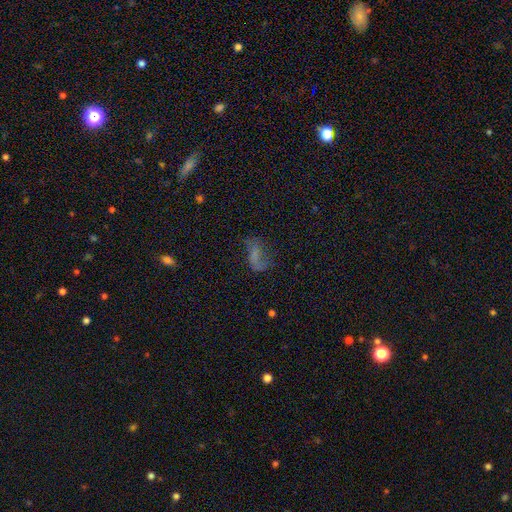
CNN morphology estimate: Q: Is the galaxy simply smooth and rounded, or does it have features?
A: smooth — 44%.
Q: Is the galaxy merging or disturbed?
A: none — 42%.